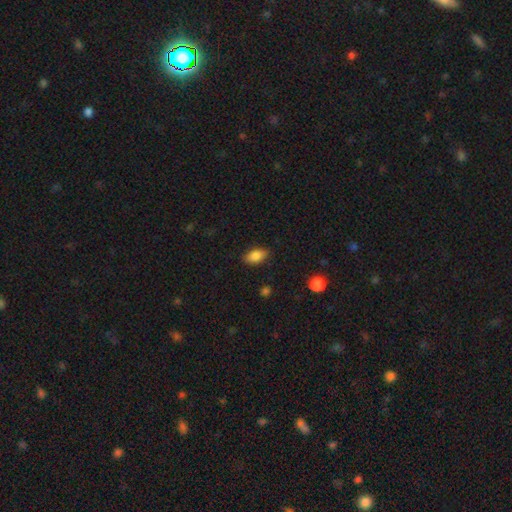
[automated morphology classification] Smooth or featured? Predicted: smooth (p=0.85). How rounded? Predicted: in between (p=0.88). Merging? Predicted: none (p=0.84).